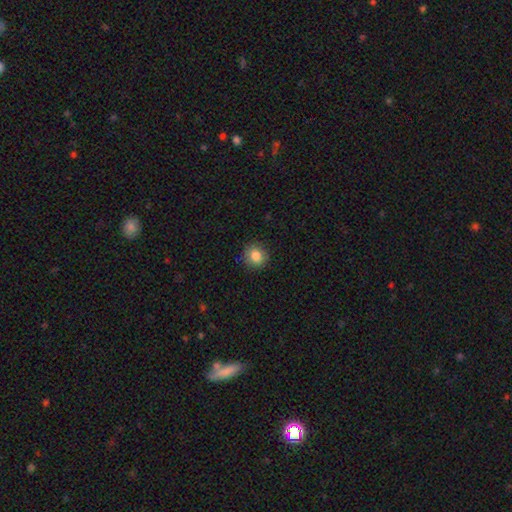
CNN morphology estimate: smooth 84%, star or artifact 10%, featured or disk 7%. Down the decision tree: how rounded — round (86%); merging — none (87%).